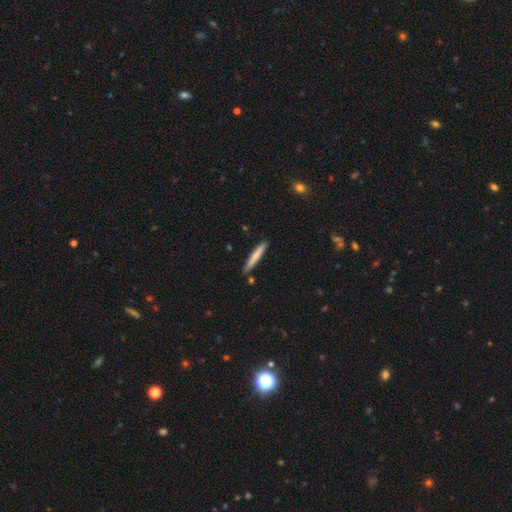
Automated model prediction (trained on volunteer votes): smooth 73%, featured or disk 21%, star or artifact 5%. Down the decision tree: how rounded — cigar-shaped (95%); merging — none (87%).